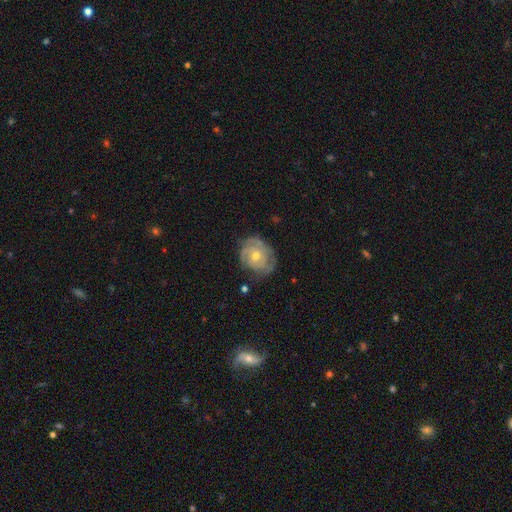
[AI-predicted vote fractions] This is likely a featured or disk galaxy (76%). It is clearly not viewed edge-on (97%). Bar: likely no (78%). Spiral arm pattern: clearly yes (89%). Spiral arm count: marginally can't tell (35%). Spiral winding: likely tight (68%). Central bulge: possibly moderate (56%). Merging: likely none (71%).